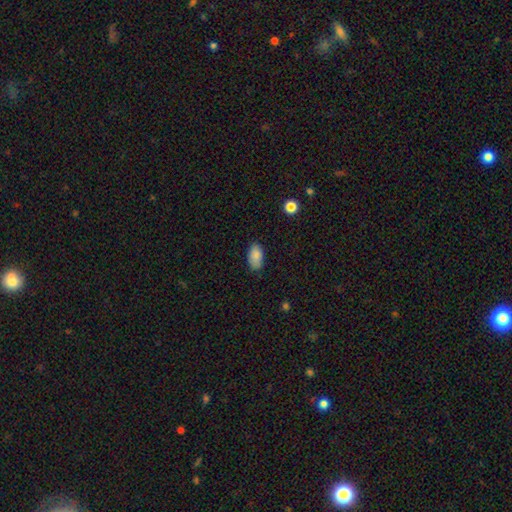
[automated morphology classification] Q: Smooth or featured?
A: smooth (86%); runner-up: star or artifact (8%)
Q: How rounded?
A: in between (93%); runner-up: round (5%)
Q: Merging?
A: none (79%); runner-up: minor disturbance (17%)